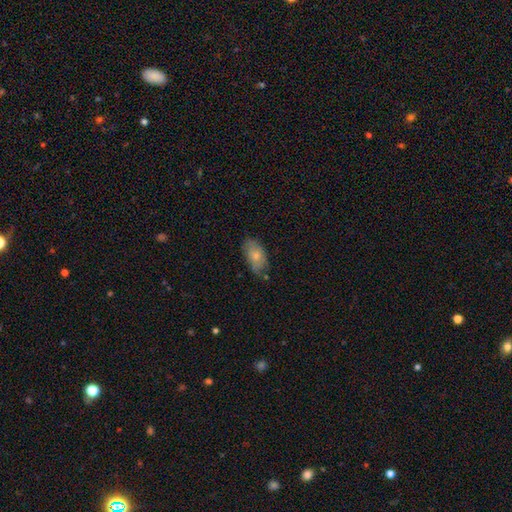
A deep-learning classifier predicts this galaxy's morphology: Q: Smooth or featured?
A: smooth (75%); runner-up: featured or disk (18%)
Q: How rounded?
A: in between (93%); runner-up: round (4%)
Q: Merging?
A: none (66%); runner-up: minor disturbance (25%)